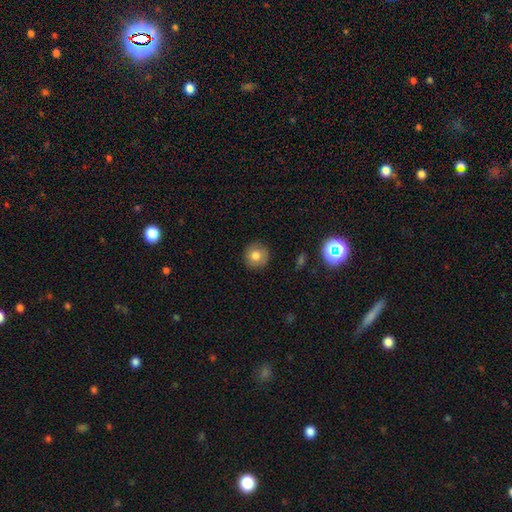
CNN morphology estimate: Smooth or featured?
  - smooth: 78% *
  - star or artifact: 11%
  - featured or disk: 11%
How rounded?
  - round: 94% *
  - in between: 5%
  - cigar-shaped: 1%
Merging?
  - none: 89% *
  - minor disturbance: 8%
  - major disturbance: 2%
  - merger: 1%